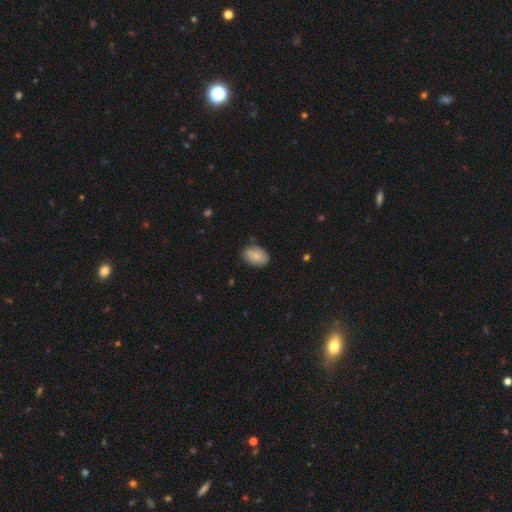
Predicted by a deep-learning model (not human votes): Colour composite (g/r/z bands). It shows a smooth galaxy with no disk features (82%) that is in between round and cigar-shaped (85%). Merging: none (72%).